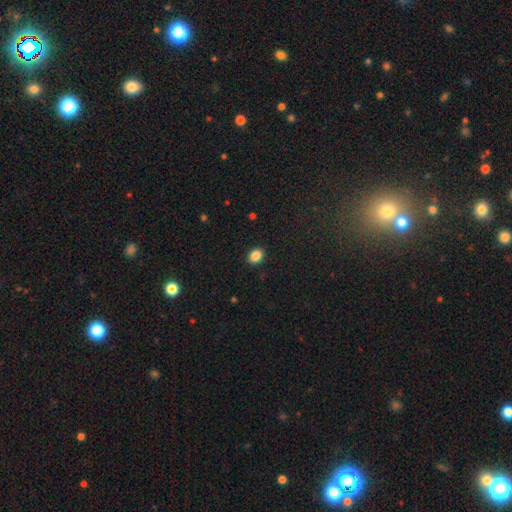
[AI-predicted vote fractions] Overall: smooth (87%). How rounded: in between (56%; round 43%). Merging: none (91%).